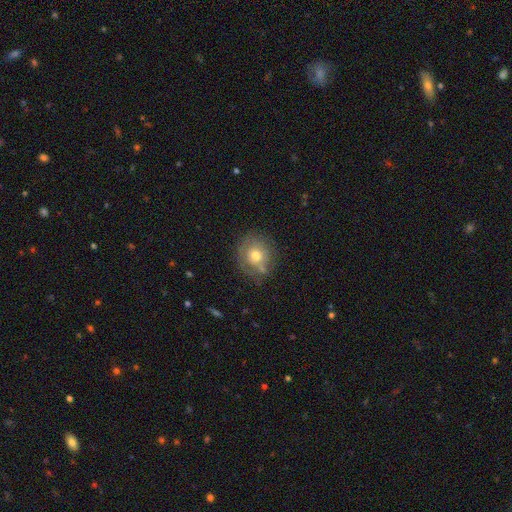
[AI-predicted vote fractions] The model was most divided on "smooth or featured": smooth: 57%, featured or disk: 34%, star or artifact: 10%. More confident: how rounded — round (83%); merging — none (66%).